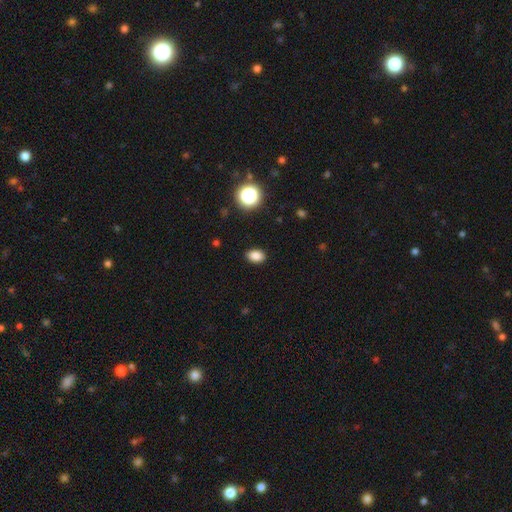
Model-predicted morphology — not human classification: A smooth galaxy with no disk features (84%) that is in between round and cigar-shaped (80%).

Vote fractions:
- Smooth or featured? smooth: 84% / star or artifact: 12% / featured or disk: 4%
- How rounded? in between: 80% / round: 18% / cigar-shaped: 1%
- Merging? none: 89% / minor disturbance: 8% / major disturbance: 2% / merger: 1%